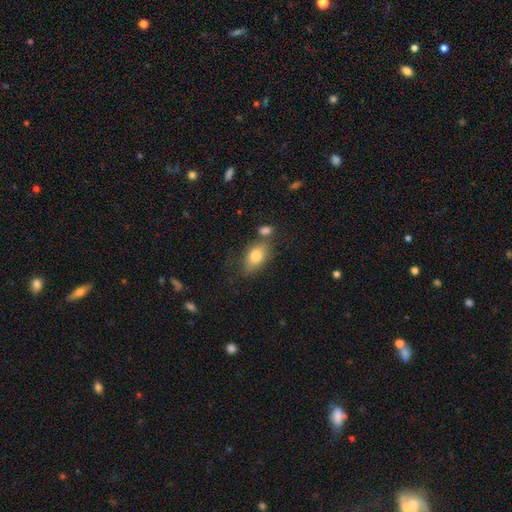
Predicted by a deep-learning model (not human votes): Q: Smooth or featured?
A: smooth (79%); runner-up: featured or disk (13%)
Q: How rounded?
A: in between (87%); runner-up: round (10%)
Q: Merging?
A: none (58%); runner-up: minor disturbance (19%)